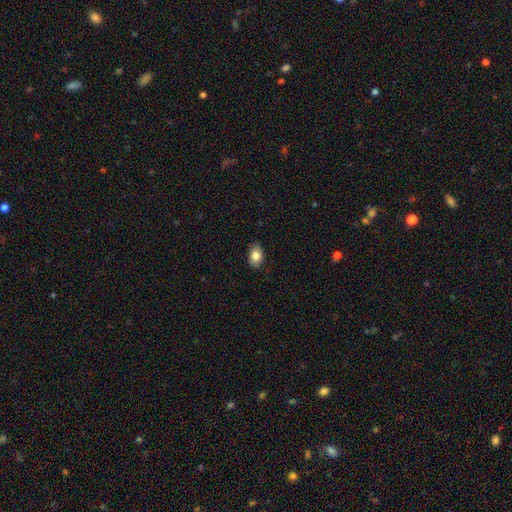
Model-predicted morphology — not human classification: Smooth or featured: smooth — 82% (featured or disk — 10%)
How rounded: in between — 81% (round — 18%)
Merging: none — 86% (minor disturbance — 11%)